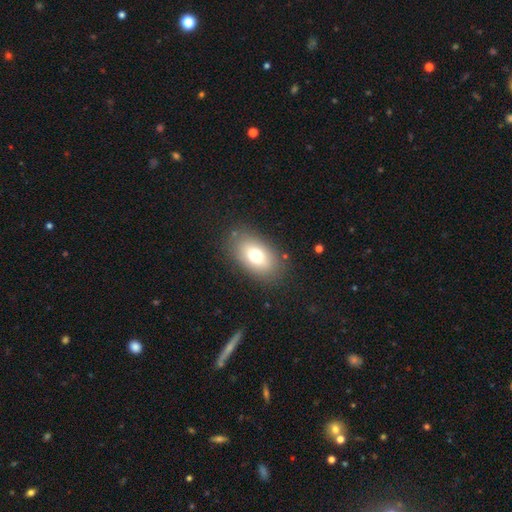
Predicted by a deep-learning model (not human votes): Smooth or featured? Predicted: smooth (p=0.74). How rounded? Predicted: in between (p=0.88). Merging? Predicted: none (p=0.84).